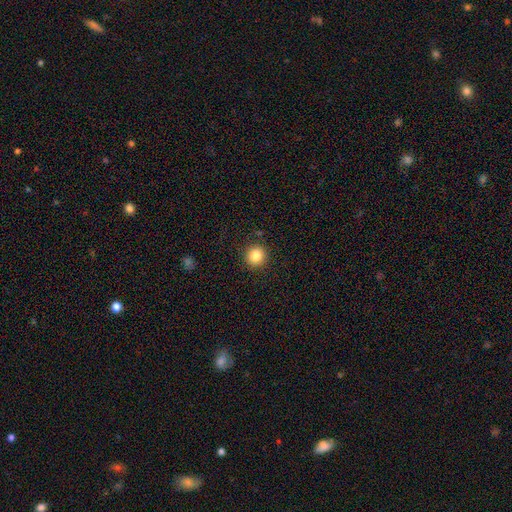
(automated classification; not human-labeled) This is clearly a smooth galaxy (84%). How rounded: clearly round (94%). Merging: clearly none (91%).